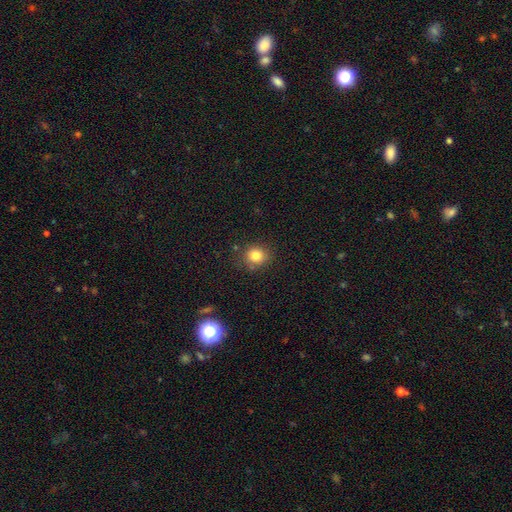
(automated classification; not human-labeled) Smooth or featured?
  - smooth: 81% *
  - star or artifact: 12%
  - featured or disk: 6%
How rounded?
  - round: 84% *
  - in between: 15%
  - cigar-shaped: 1%
Merging?
  - none: 83% *
  - minor disturbance: 11%
  - major disturbance: 3%
  - merger: 3%